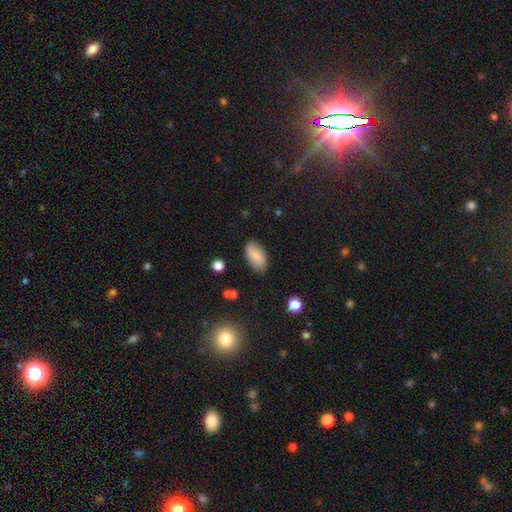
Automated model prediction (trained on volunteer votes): smooth-or-featured: smooth: 75% | featured or disk: 18% | star or artifact: 7%
  how-rounded: in between: 93% | round: 4% | cigar-shaped: 3%
  merging: none: 81% | minor disturbance: 15% | major disturbance: 3% | merger: 2%